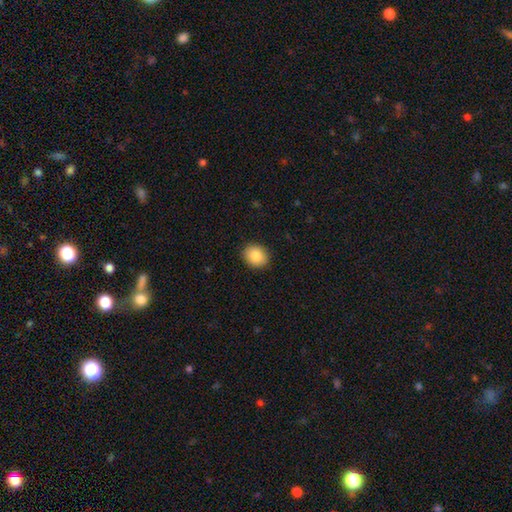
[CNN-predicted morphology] Smooth or featured: smooth — 84% (star or artifact — 8%)
How rounded: round — 68% (in between — 31%)
Merging: none — 91% (minor disturbance — 7%)